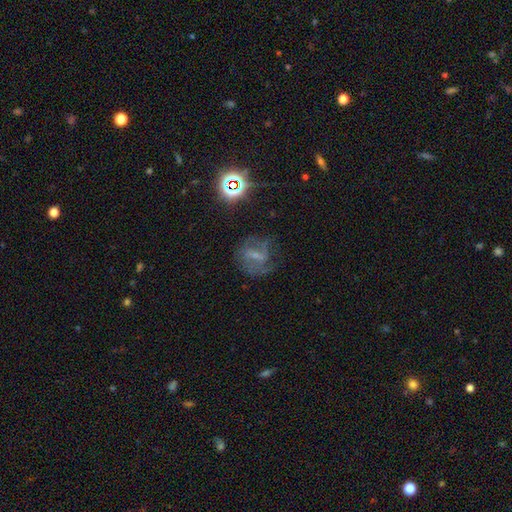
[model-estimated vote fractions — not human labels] Q: Smooth or featured?
A: featured or disk (53%); runner-up: smooth (25%)
Q: Edge-on disk?
A: no (94%); runner-up: yes (6%)
Q: Merging?
A: none (55%); runner-up: major disturbance (22%)